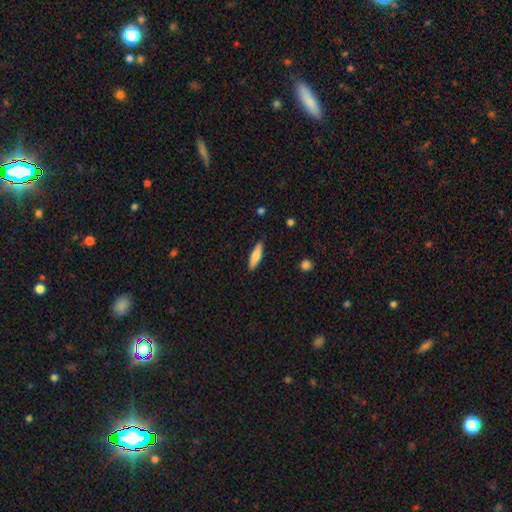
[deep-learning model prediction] smooth 70%, featured or disk 24%, star or artifact 6%. Down the decision tree: how rounded — cigar-shaped (76%); merging — none (88%).